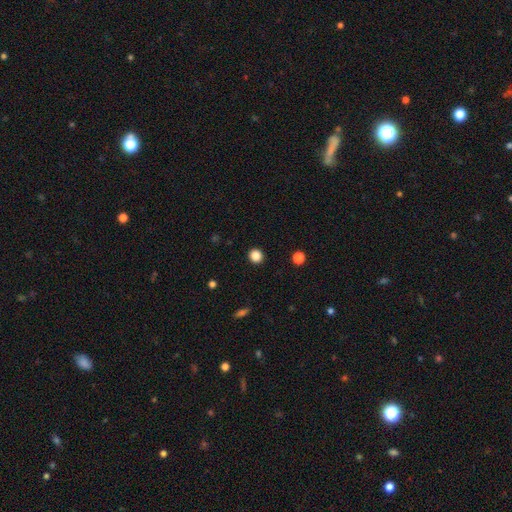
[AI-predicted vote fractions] smooth-or-featured: smooth: 86% | star or artifact: 11% | featured or disk: 3%
  how-rounded: round: 91% | in between: 8% | cigar-shaped: 1%
  merging: none: 93% | minor disturbance: 4% | major disturbance: 2% | merger: 1%